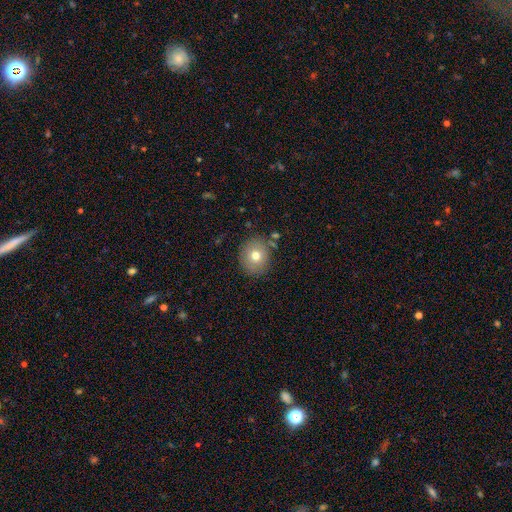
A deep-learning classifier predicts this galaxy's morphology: smooth 73%, featured or disk 16%, star or artifact 11%. Down the decision tree: how rounded — round (76%); merging — none (82%).